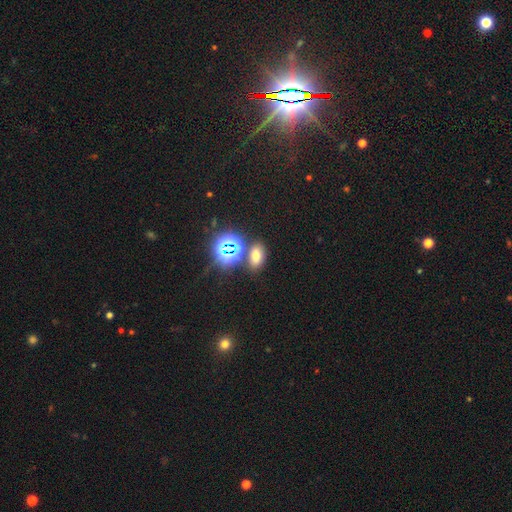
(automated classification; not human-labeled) smooth_or_featured: smooth (p=0.59) [alt: star or artifact p=0.32]
how_rounded: in between (p=0.79) [alt: round p=0.19]
merging: none (p=0.74) [alt: merger p=0.12]